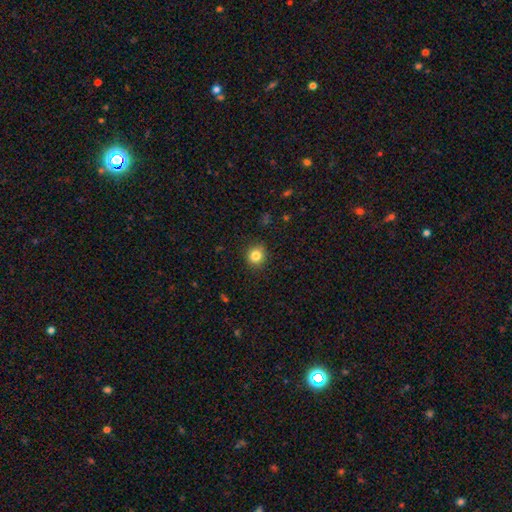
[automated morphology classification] Smooth or featured? smooth (83%)
How rounded? round (89%)
Merging? none (90%)